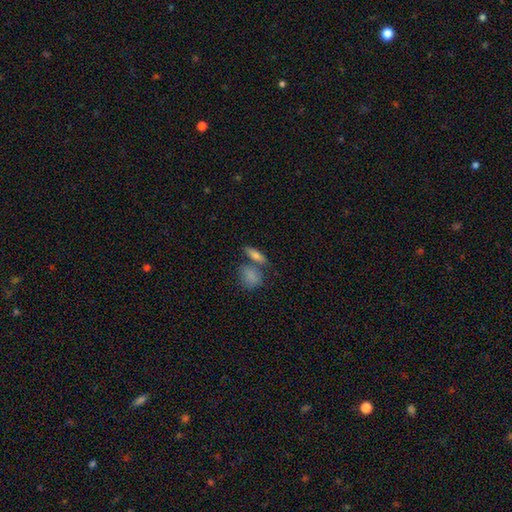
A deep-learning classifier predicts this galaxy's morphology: type=smooth (73%); roundness=in between (54%); merging=none (57%).